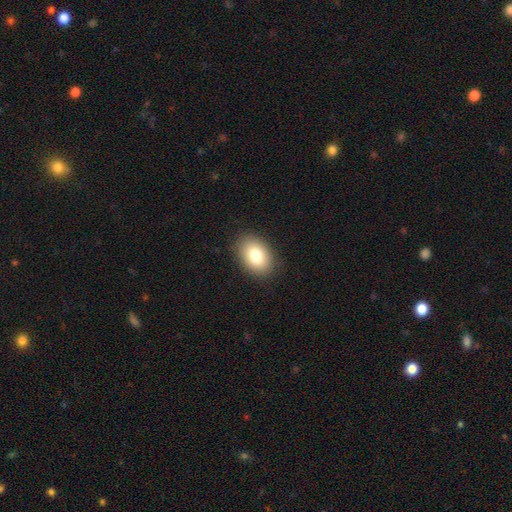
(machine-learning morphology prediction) Smooth or featured? smooth (81%)
How rounded? in between (83%)
Merging? none (88%)